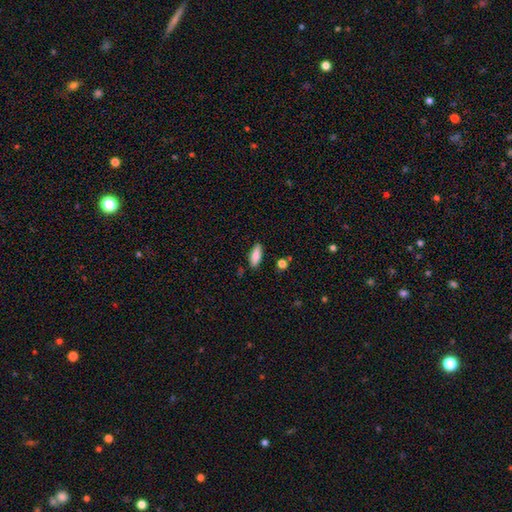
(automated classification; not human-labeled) Smooth or featured? Predicted: smooth (p=0.84). How rounded? Predicted: in between (p=0.68). Merging? Predicted: none (p=0.84).